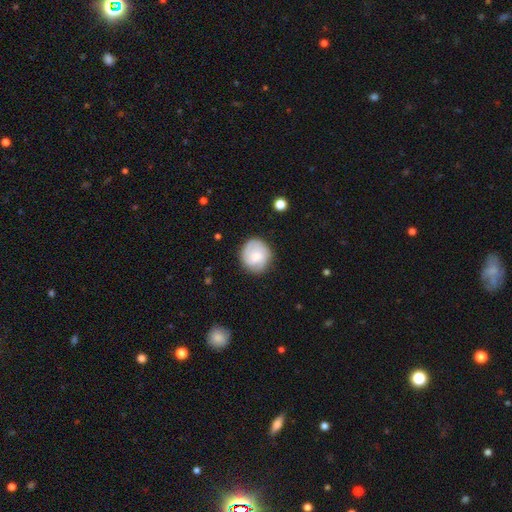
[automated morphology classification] featured or disk 61%, smooth 32%, star or artifact 7%. Down the decision tree: edge-on disk — no (98%); bar — no (61%); spiral arms — yes (93%); spiral arm count — 2 (35%); spiral winding — tight (54%); bulge size — small (43%); merging — none (81%).